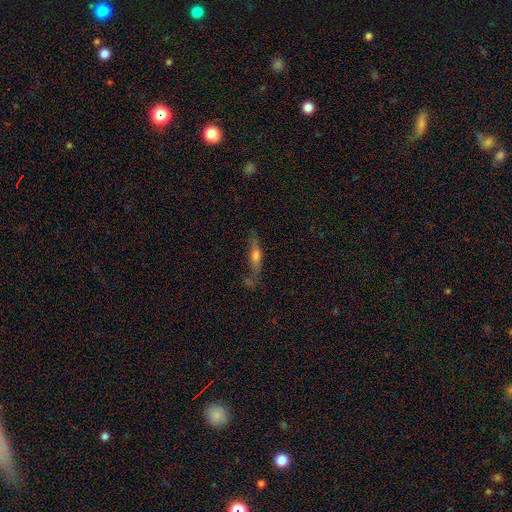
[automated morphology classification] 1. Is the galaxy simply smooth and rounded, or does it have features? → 52% smooth, 39% featured or disk, 9% star or artifact.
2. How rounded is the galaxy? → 73% cigar-shaped, 24% in between, 3% round.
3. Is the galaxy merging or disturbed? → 57% none, 23% minor disturbance, 10% major disturbance, 10% merger.